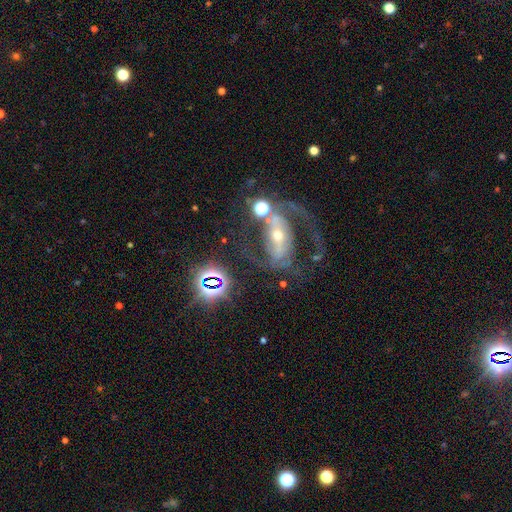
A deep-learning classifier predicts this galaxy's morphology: Smooth or featured? featured or disk (80%)
Edge-on disk? no (95%)
Bar? no (36%)
Spiral arms? yes (84%)
Spiral winding? medium (44%)
Spiral arm count? 2 (60%)
Bulge size? small (54%)
Merging? none (34%)